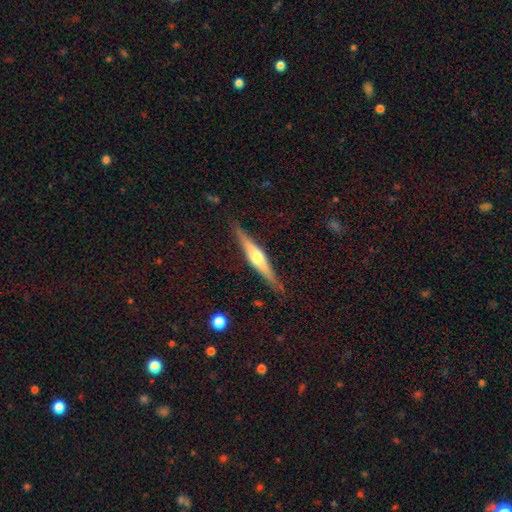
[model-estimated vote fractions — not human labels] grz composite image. It shows a featured or disk galaxy (72%) viewed edge-on (97%) with a rounded central bulge (85%). Merging: none (88%).